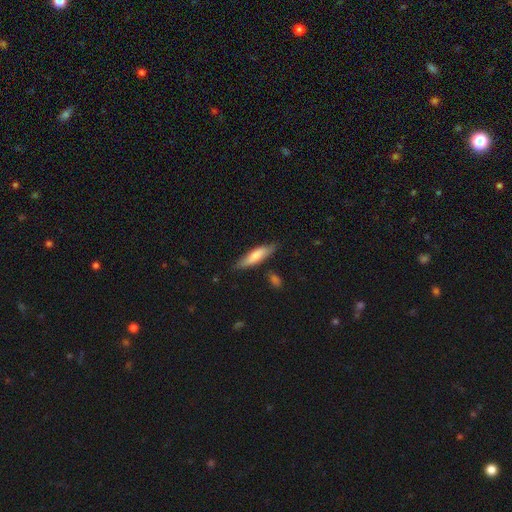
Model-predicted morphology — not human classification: smooth-or-featured: smooth: 72% | featured or disk: 22% | star or artifact: 6%
  how-rounded: cigar-shaped: 70% | in between: 29% | round: 2%
  merging: none: 75% | minor disturbance: 18% | major disturbance: 3% | merger: 3%